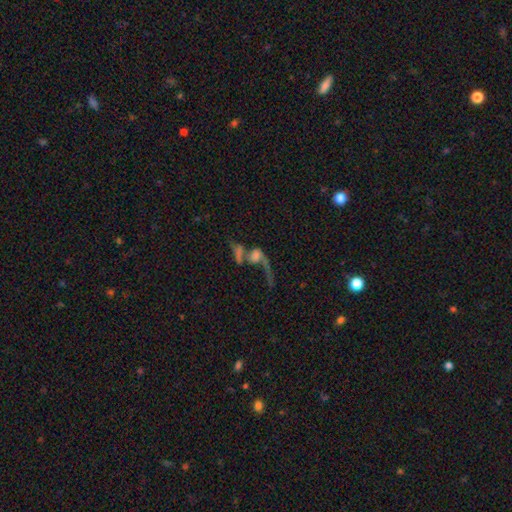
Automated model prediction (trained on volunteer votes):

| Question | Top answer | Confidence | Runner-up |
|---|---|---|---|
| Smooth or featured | featured or disk | 46% | smooth (37%) |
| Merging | merger | 56% | major disturbance (24%) |